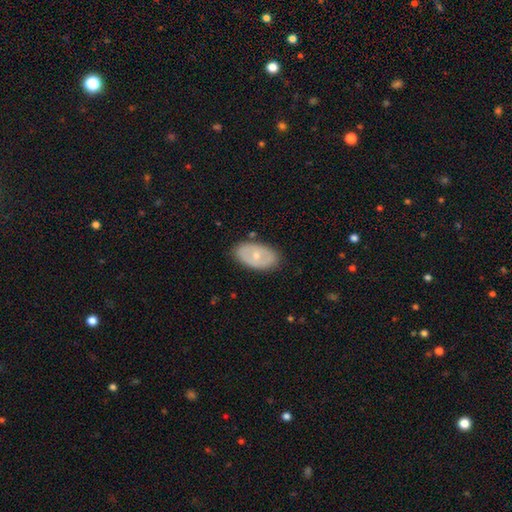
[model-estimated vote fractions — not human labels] Smooth or featured: smooth — 50% (featured or disk — 44%)
Merging: none — 83% (minor disturbance — 13%)